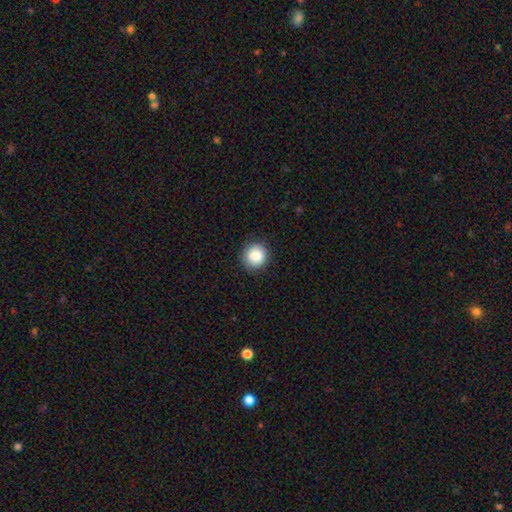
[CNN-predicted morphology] Smooth or featured?
  - smooth: 84% *
  - star or artifact: 9%
  - featured or disk: 7%
How rounded?
  - round: 86% *
  - in between: 13%
  - cigar-shaped: 1%
Merging?
  - none: 88% *
  - minor disturbance: 9%
  - major disturbance: 2%
  - merger: 1%